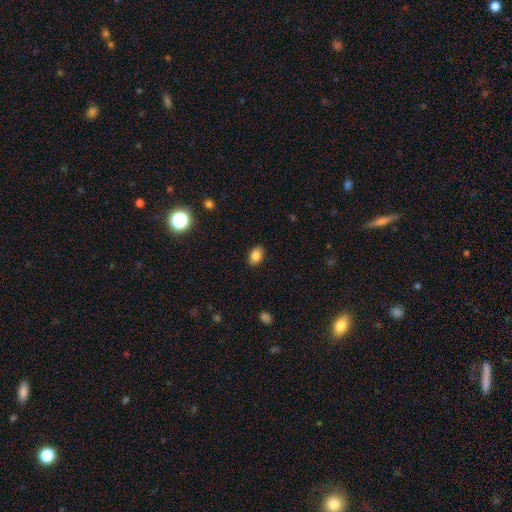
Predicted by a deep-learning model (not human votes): A smooth galaxy with no disk features (85%) that is in between round and cigar-shaped (85%). Merging: none (88%).